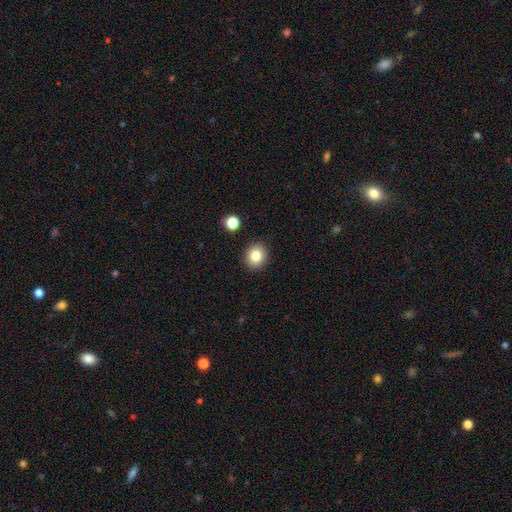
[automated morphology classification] This is clearly a smooth galaxy (83%). How rounded: clearly round (83%). Merging: clearly none (90%).